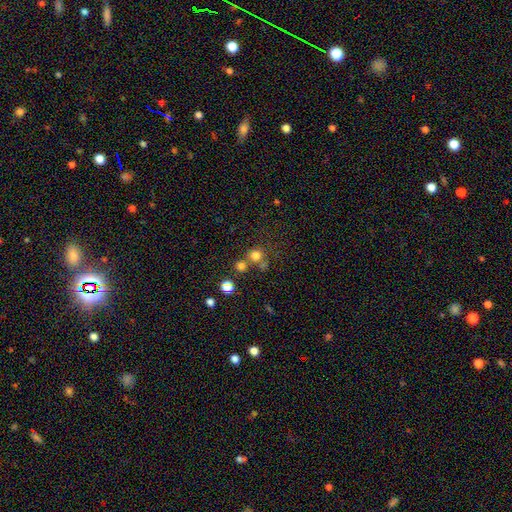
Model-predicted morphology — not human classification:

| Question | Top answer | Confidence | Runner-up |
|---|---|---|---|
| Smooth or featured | smooth | 74% | star or artifact (18%) |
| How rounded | round | 90% | in between (9%) |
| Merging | none | 59% | merger (28%) |